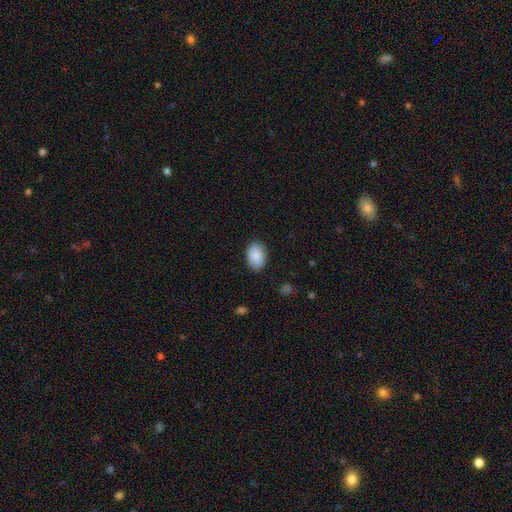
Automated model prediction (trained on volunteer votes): Smooth or featured: smooth — 87% (featured or disk — 7%)
How rounded: in between — 86% (round — 13%)
Merging: none — 82% (minor disturbance — 14%)